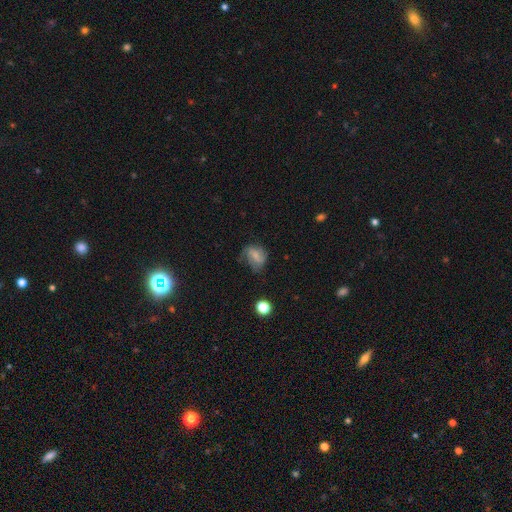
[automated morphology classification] Smooth or featured?
  - smooth: 50% *
  - featured or disk: 40%
  - star or artifact: 10%
Merging?
  - none: 43% *
  - minor disturbance: 32%
  - major disturbance: 23%
  - merger: 2%